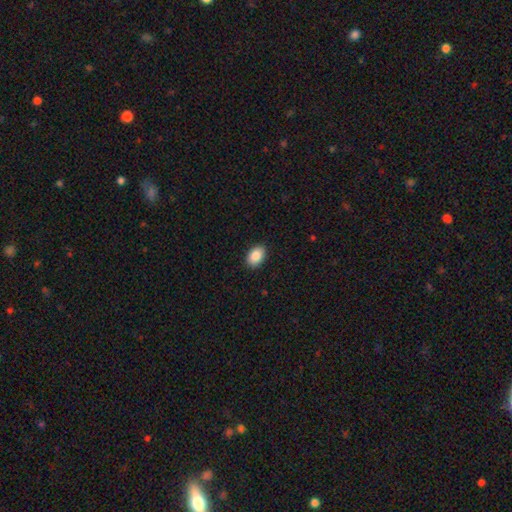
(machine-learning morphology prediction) This is clearly a smooth galaxy (89%). How rounded: clearly in between (85%). Merging: clearly none (89%).